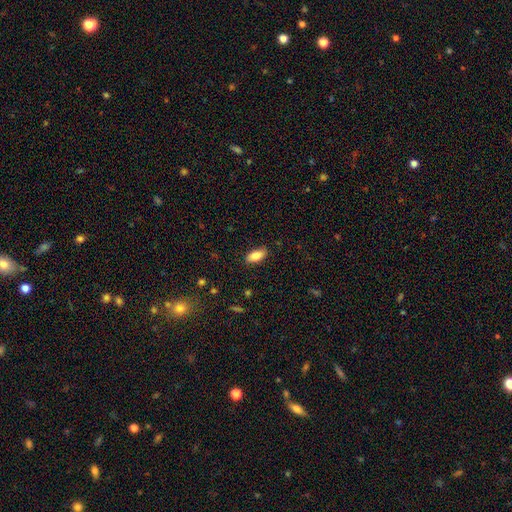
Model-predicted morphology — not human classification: This appears to be a smooth galaxy with no disk features (84%) that is in between round and cigar-shaped (86%). Merging: none (86%).